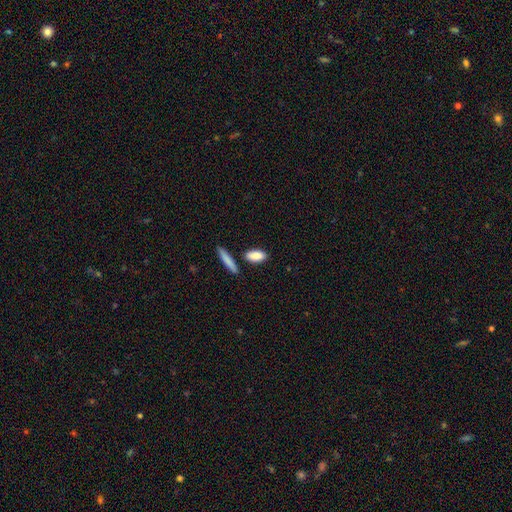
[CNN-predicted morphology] This is clearly a smooth galaxy (87%). How rounded: likely in between (78%). Merging: likely none (78%).